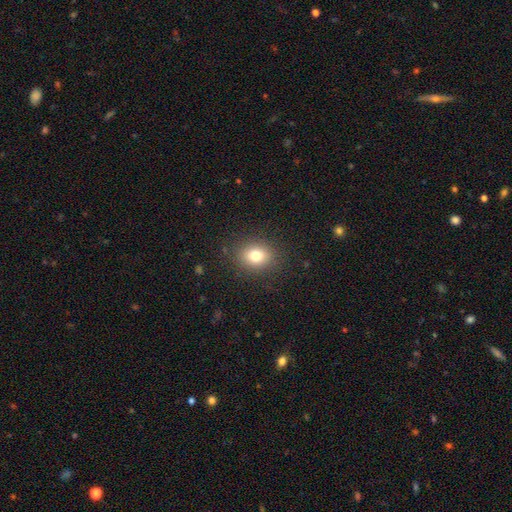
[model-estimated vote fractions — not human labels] Smooth or featured? Predicted: smooth (p=0.78). How rounded? Predicted: round (p=0.55). Merging? Predicted: none (p=0.87).